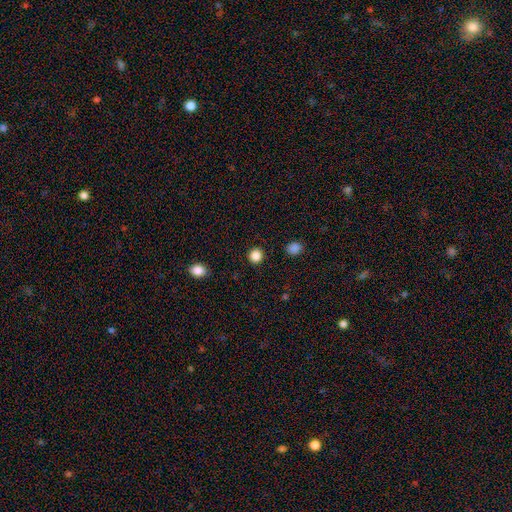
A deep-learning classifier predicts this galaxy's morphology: Smooth or featured? Predicted: smooth (p=0.86). How rounded? Predicted: round (p=0.93). Merging? Predicted: none (p=0.92).